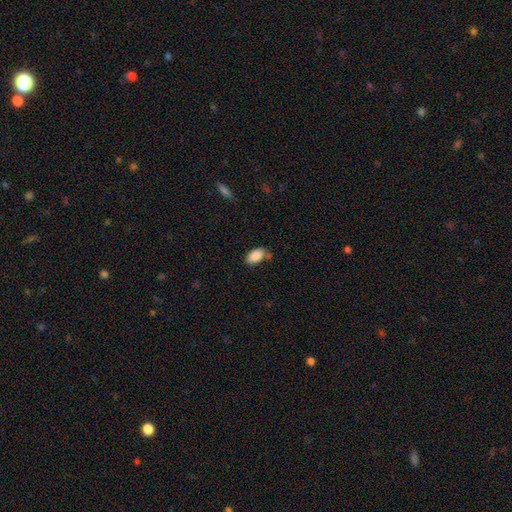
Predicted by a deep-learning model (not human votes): A smooth galaxy with no disk features (88%) that is in between round and cigar-shaped (94%). Merging: none (64%).